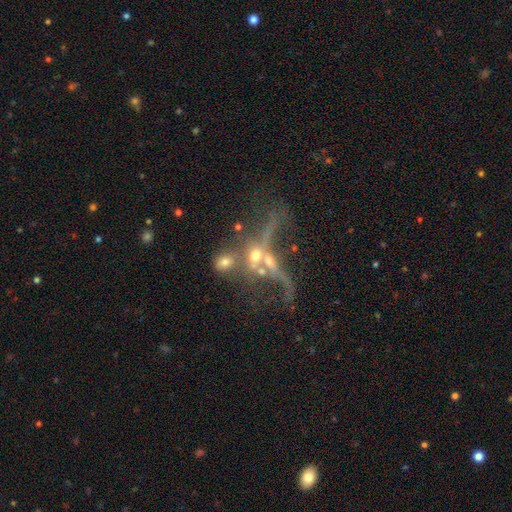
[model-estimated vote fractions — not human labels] Overall: featured or disk (60%; smooth 20%). Edge-on disk: no (81%). Merging: merger (52%; major disturbance 22%).